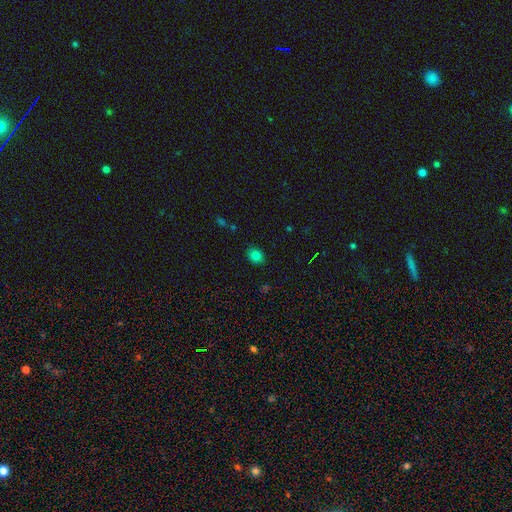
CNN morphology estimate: A smooth galaxy with no disk features (80%) that is in between round and cigar-shaped (54%).

Vote fractions:
- Smooth or featured? smooth: 80% / star or artifact: 13% / featured or disk: 7%
- How rounded? in between: 54% / round: 45% / cigar-shaped: 1%
- Merging? none: 86% / minor disturbance: 10% / major disturbance: 2% / merger: 1%